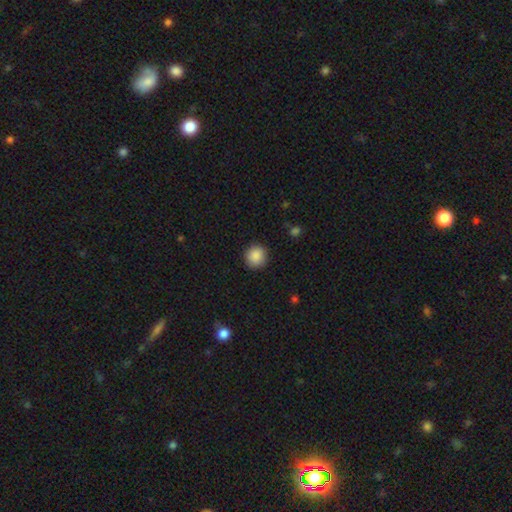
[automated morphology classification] A smooth galaxy with no disk features (88%) that is round (91%). Merging: none (90%).